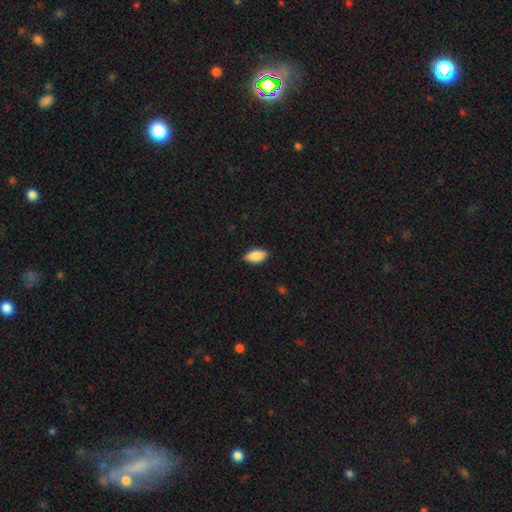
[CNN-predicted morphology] Smooth or featured? Predicted: smooth (p=0.86). How rounded? Predicted: in between (p=0.92). Merging? Predicted: none (p=0.87).